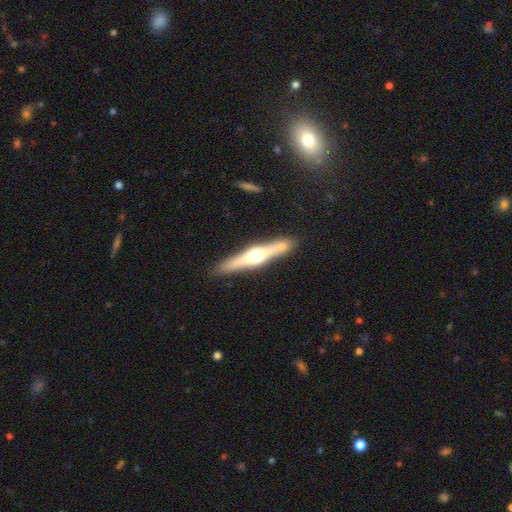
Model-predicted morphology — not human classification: Overall: featured or disk (72%). Edge-on disk: yes (97%). Edge-on bulge: rounded (94%). Merging: none (88%).